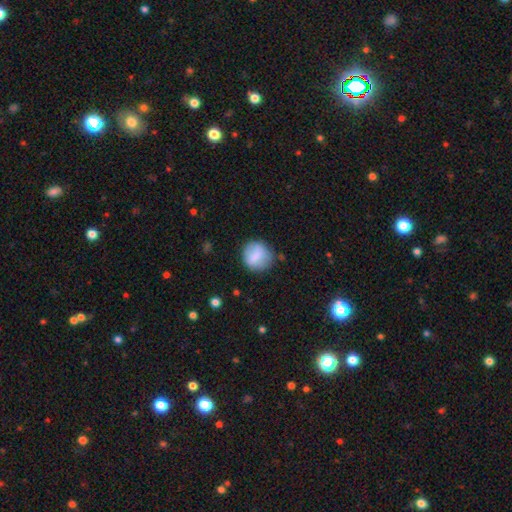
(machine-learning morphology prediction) Q: Smooth or featured?
A: smooth (76%); runner-up: featured or disk (16%)
Q: How rounded?
A: round (83%); runner-up: in between (16%)
Q: Merging?
A: none (75%); runner-up: minor disturbance (17%)